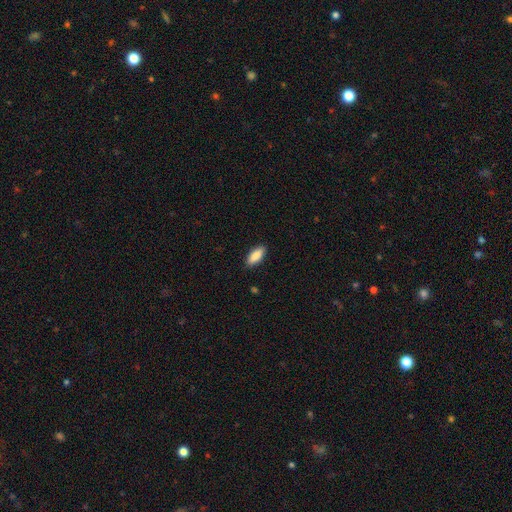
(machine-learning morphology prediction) smooth_or_featured: smooth (p=0.88) [alt: star or artifact p=0.06]
how_rounded: in between (p=0.82) [alt: cigar-shaped p=0.16]
merging: none (p=0.88) [alt: minor disturbance p=0.09]